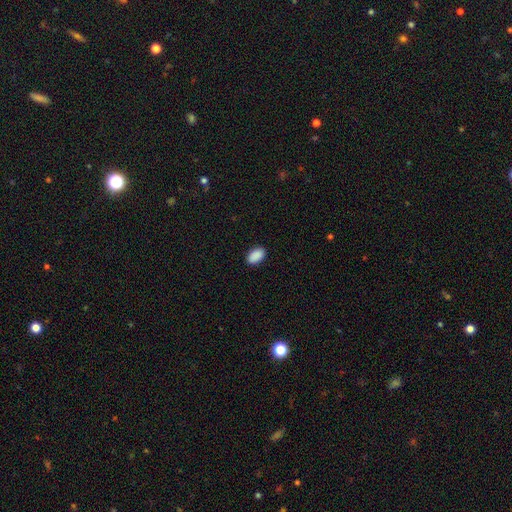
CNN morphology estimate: Smooth or featured? smooth (91%)
How rounded? in between (93%)
Merging? none (89%)